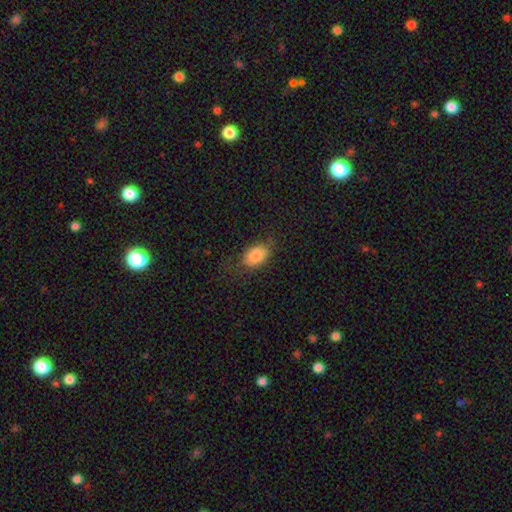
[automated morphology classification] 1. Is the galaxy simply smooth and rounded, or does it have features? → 83% smooth, 9% featured or disk, 8% star or artifact.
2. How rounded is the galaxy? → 86% in between, 13% round, 1% cigar-shaped.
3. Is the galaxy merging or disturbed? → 72% none, 19% minor disturbance, 8% major disturbance, 1% merger.